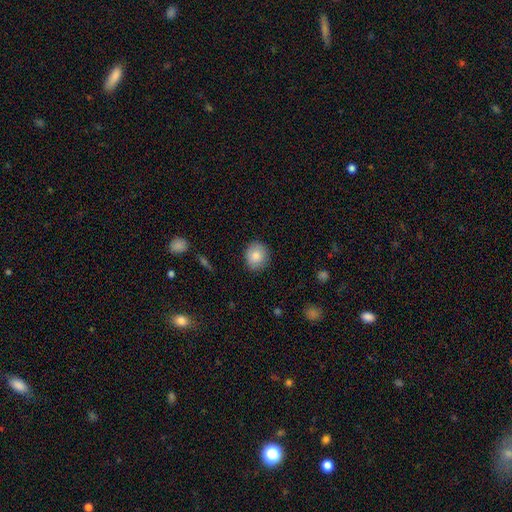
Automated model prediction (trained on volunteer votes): Smooth or featured? smooth (83%)
How rounded? round (70%)
Merging? none (88%)